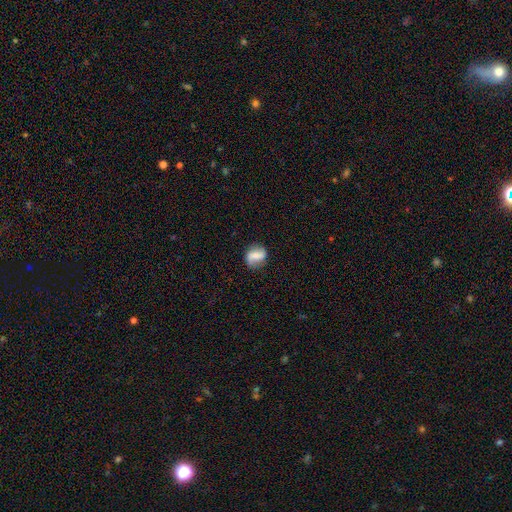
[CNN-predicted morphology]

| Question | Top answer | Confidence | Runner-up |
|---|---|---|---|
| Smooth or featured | featured or disk | 50% | smooth (42%) |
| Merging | none | 79% | minor disturbance (14%) |